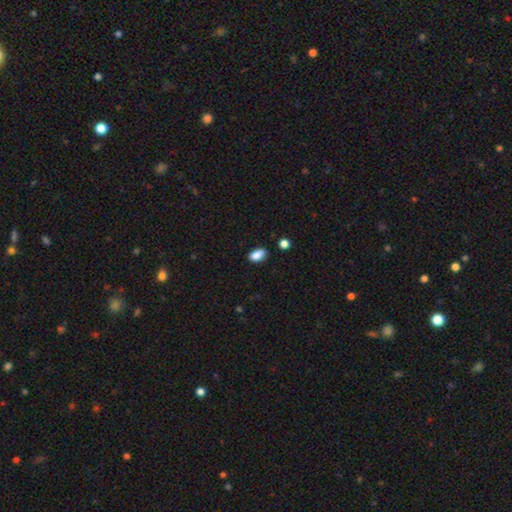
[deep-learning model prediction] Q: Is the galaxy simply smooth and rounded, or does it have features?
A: smooth — 87%.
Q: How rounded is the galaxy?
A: in between — 90%.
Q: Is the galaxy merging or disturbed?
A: none — 75%.